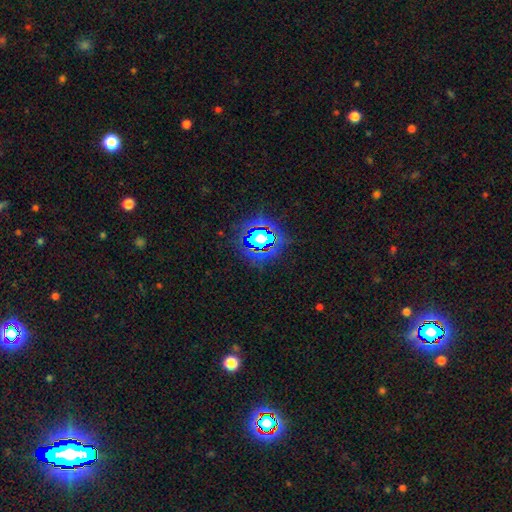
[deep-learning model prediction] Morphology: type=star or artifact (81%).